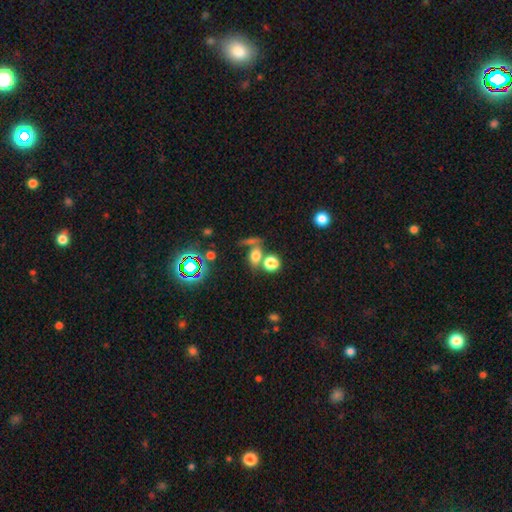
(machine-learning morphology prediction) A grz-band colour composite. It shows a smooth galaxy with no disk features (70%) that is in between round and cigar-shaped (50%). Merging: none (47%).